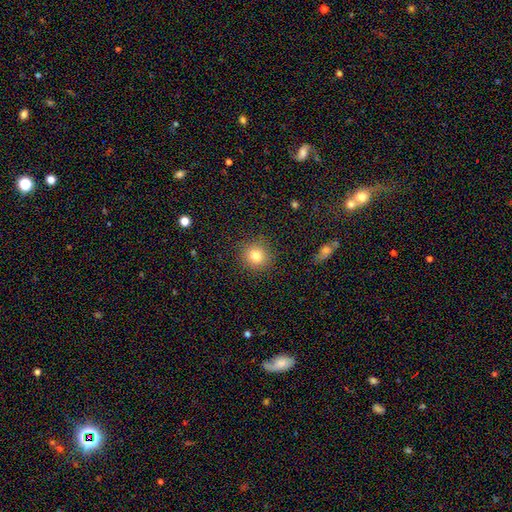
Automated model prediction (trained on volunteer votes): smooth 79%, star or artifact 13%, featured or disk 8%. Down the decision tree: how rounded — round (91%); merging — none (89%).